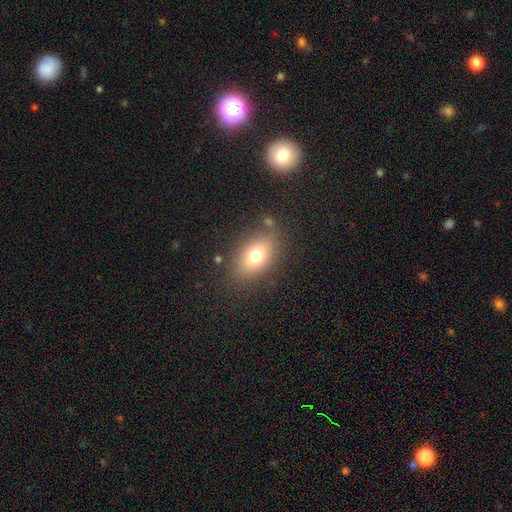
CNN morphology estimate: type=smooth (72%); roundness=in between (80%); merging=none (78%).